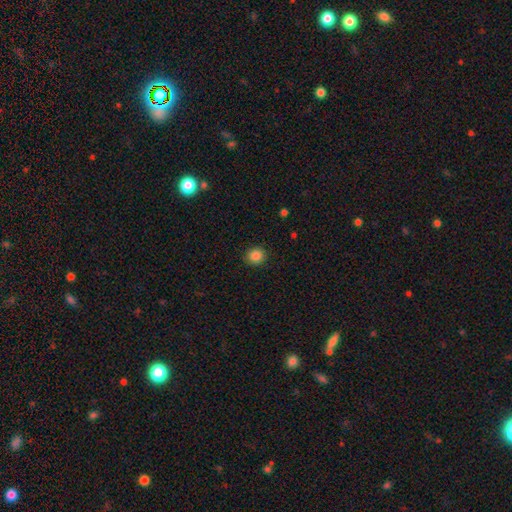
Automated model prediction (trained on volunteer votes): A smooth galaxy with no disk features (86%) that is round (87%). Merging: none (91%).